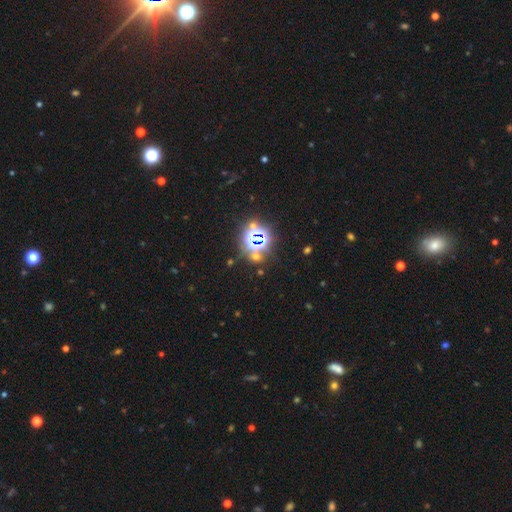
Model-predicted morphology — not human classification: A star or artifact, not a galaxy (71%).